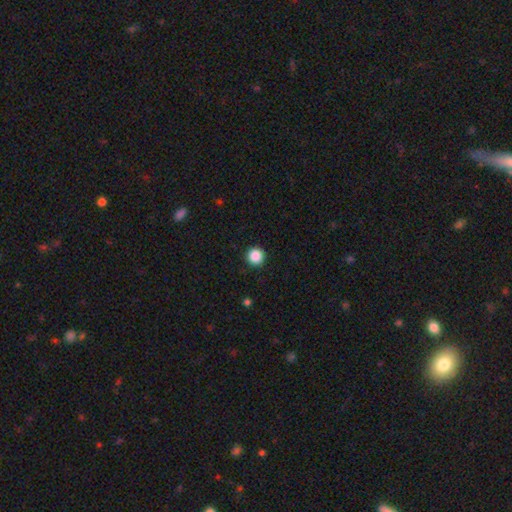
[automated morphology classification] Smooth or featured? smooth (88%)
How rounded? round (96%)
Merging? none (92%)